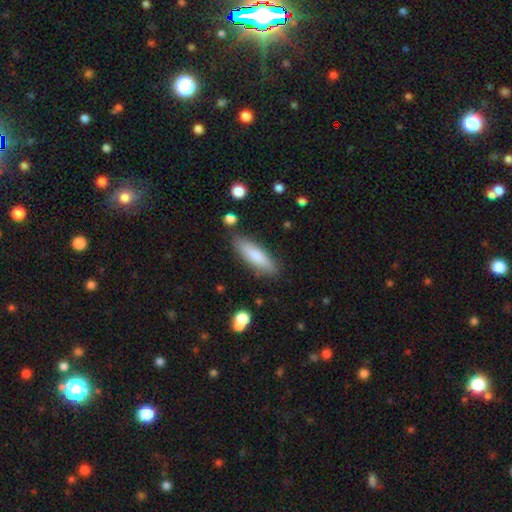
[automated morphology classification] Smooth or featured?
  - smooth: 79% *
  - featured or disk: 15%
  - star or artifact: 6%
How rounded?
  - cigar-shaped: 62% *
  - in between: 37%
  - round: 1%
Merging?
  - none: 84% *
  - minor disturbance: 11%
  - merger: 3%
  - major disturbance: 2%